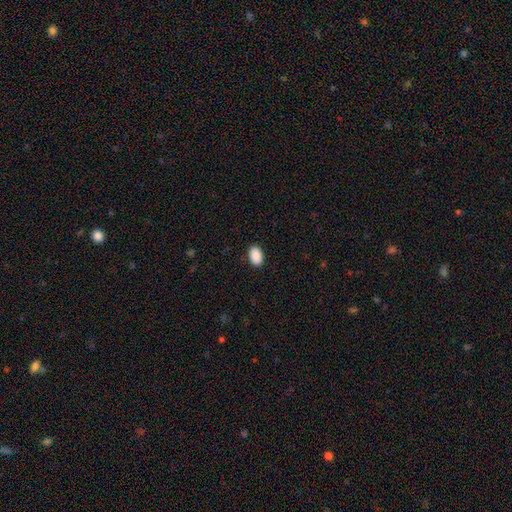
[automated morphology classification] Smooth or featured?
  - smooth: 91% *
  - star or artifact: 7%
  - featured or disk: 2%
How rounded?
  - in between: 90% *
  - round: 9%
  - cigar-shaped: 1%
Merging?
  - none: 90% *
  - minor disturbance: 7%
  - major disturbance: 2%
  - merger: 1%